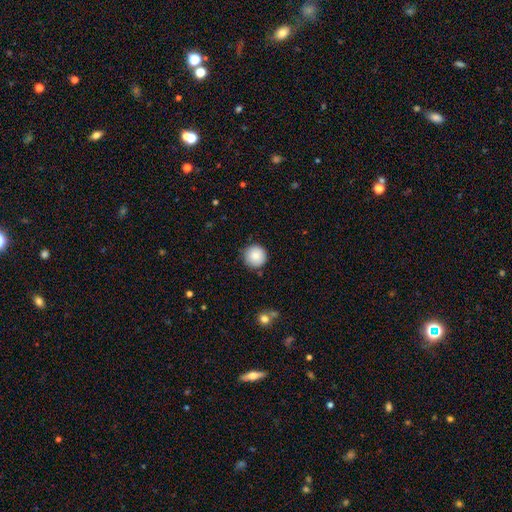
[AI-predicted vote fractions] Smooth or featured?
  - smooth: 85% *
  - star or artifact: 8%
  - featured or disk: 6%
How rounded?
  - round: 96% *
  - in between: 3%
  - cigar-shaped: 1%
Merging?
  - none: 88% *
  - minor disturbance: 9%
  - major disturbance: 2%
  - merger: 1%